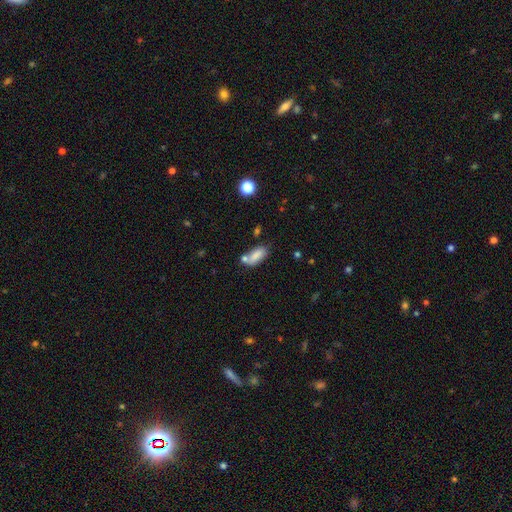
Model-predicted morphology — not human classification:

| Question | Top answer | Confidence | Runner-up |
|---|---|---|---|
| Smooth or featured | smooth | 78% | featured or disk (13%) |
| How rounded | in between | 83% | cigar-shaped (14%) |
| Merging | none | 50% | merger (25%) |